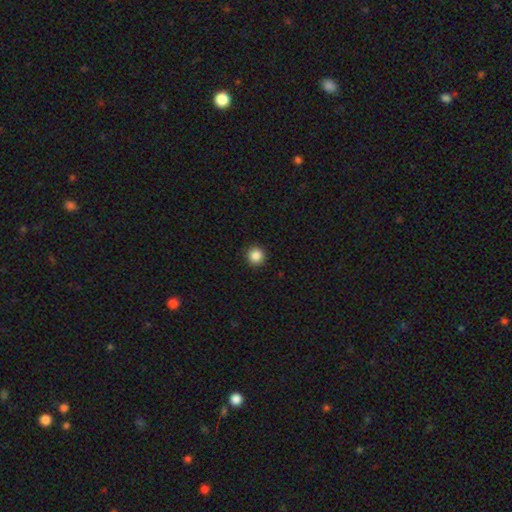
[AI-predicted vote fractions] Q: Smooth or featured?
A: smooth (87%); runner-up: star or artifact (10%)
Q: How rounded?
A: round (95%); runner-up: in between (4%)
Q: Merging?
A: none (93%); runner-up: minor disturbance (4%)